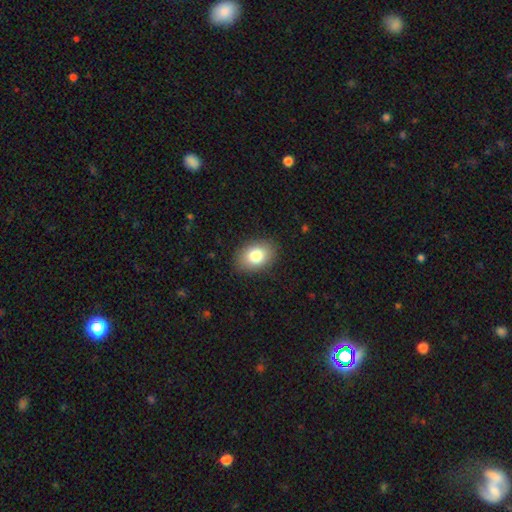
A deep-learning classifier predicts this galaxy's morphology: Smooth or featured? Predicted: smooth (p=0.81). How rounded? Predicted: in between (p=0.75). Merging? Predicted: none (p=0.88).